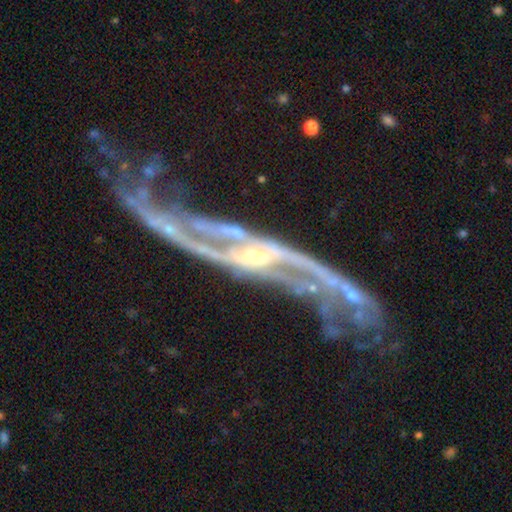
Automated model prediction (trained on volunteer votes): featured or disk 88%, smooth 6%, star or artifact 6%. Down the decision tree: edge-on disk — no (74%); bar — strong (35%); spiral arms — yes (80%); spiral arm count — 2 (69%); spiral winding — loose (56%); bulge size — small (47%); merging — major disturbance (32%).